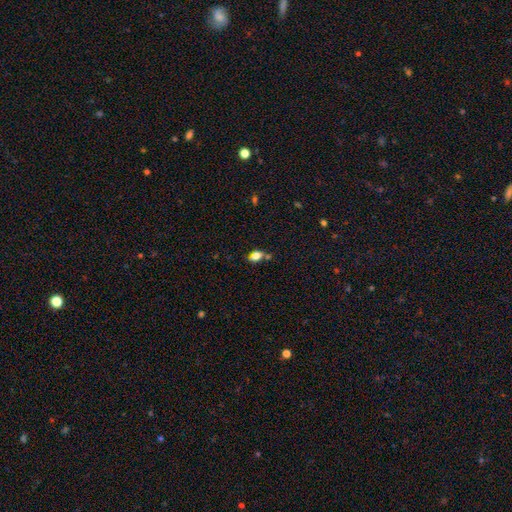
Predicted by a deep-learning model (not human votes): A smooth galaxy with no disk features (76%) that is in between round and cigar-shaped (81%). Merging: none (59%).